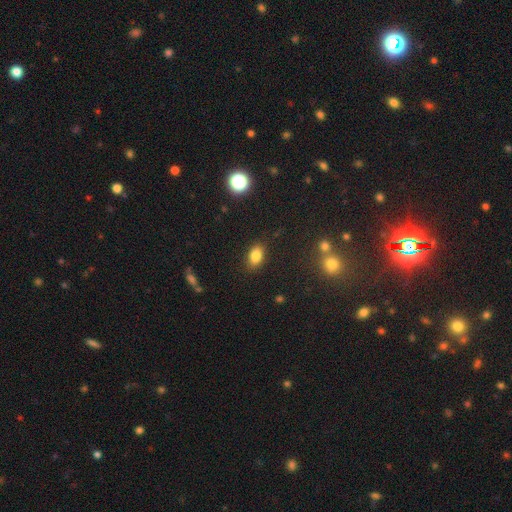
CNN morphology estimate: Smooth or featured: smooth — 83% (star or artifact — 10%)
How rounded: in between — 88% (round — 9%)
Merging: none — 86% (minor disturbance — 10%)